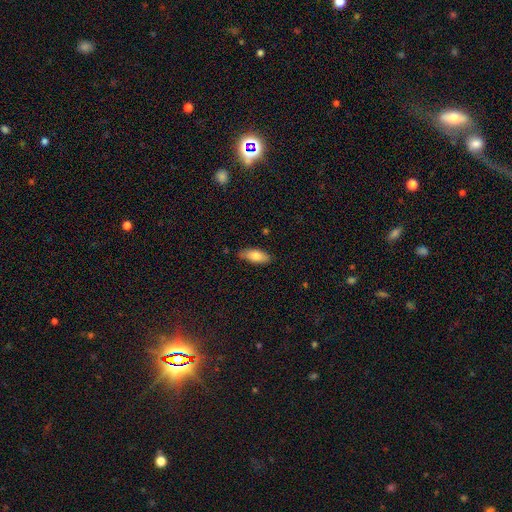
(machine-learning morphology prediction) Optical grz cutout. It shows a smooth galaxy with no disk features (78%) that is in between round and cigar-shaped (79%). Merging: none (83%).